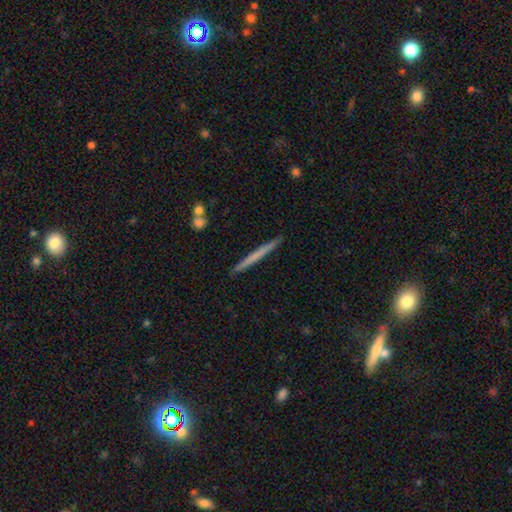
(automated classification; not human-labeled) Q: Smooth or featured?
A: smooth (53%); runner-up: featured or disk (42%)
Q: How rounded?
A: cigar-shaped (97%); runner-up: in between (2%)
Q: Merging?
A: none (91%); runner-up: minor disturbance (6%)